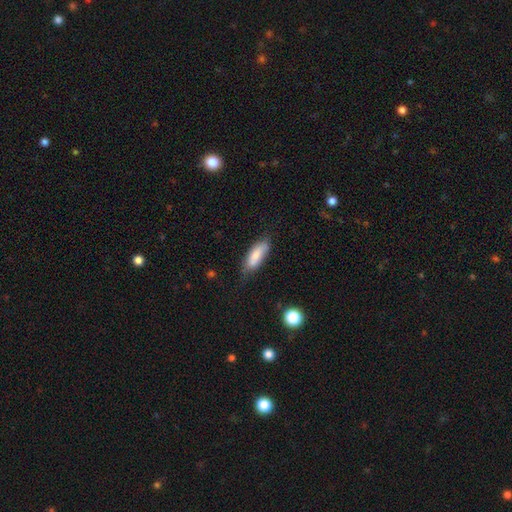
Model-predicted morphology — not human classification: Smooth or featured: smooth — 81% (featured or disk — 12%)
How rounded: in between — 68% (cigar-shaped — 30%)
Merging: none — 63% (minor disturbance — 28%)